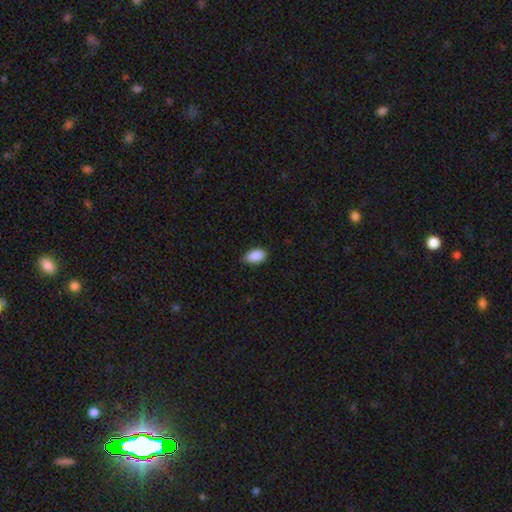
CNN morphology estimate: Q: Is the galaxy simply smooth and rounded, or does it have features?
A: smooth — 90%.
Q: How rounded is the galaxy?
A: in between — 92%.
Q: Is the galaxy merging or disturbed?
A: none — 78%.